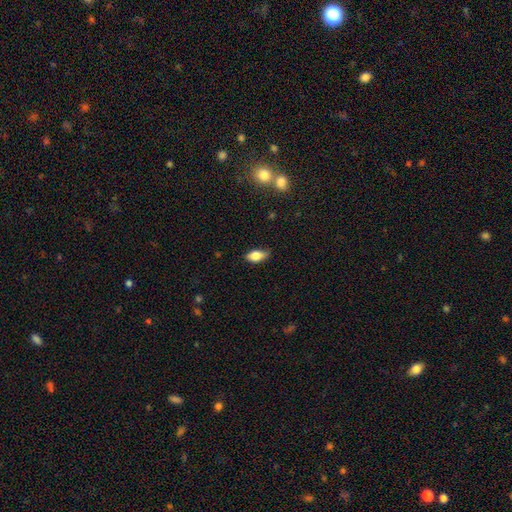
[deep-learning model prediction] The model was most divided on "merging": none: 69%, minor disturbance: 24%, major disturbance: 5%, merger: 2%. More confident: how rounded — in between (87%); smooth or featured — smooth (77%).